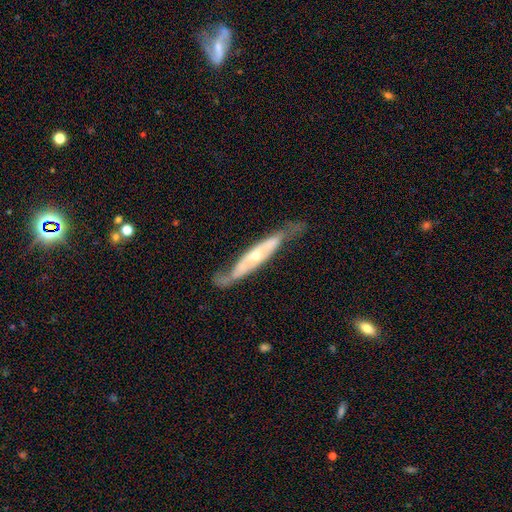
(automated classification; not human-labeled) Smooth or featured? featured or disk (74%)
Edge-on disk? yes (52%)
Merging? none (58%)